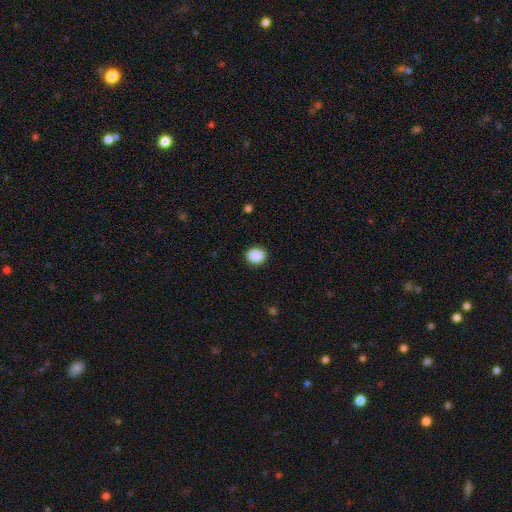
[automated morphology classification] smooth-or-featured: smooth: 89% | star or artifact: 8% | featured or disk: 2%
  how-rounded: round: 61% | in between: 38% | cigar-shaped: 1%
  merging: none: 89% | minor disturbance: 7% | major disturbance: 2% | merger: 1%